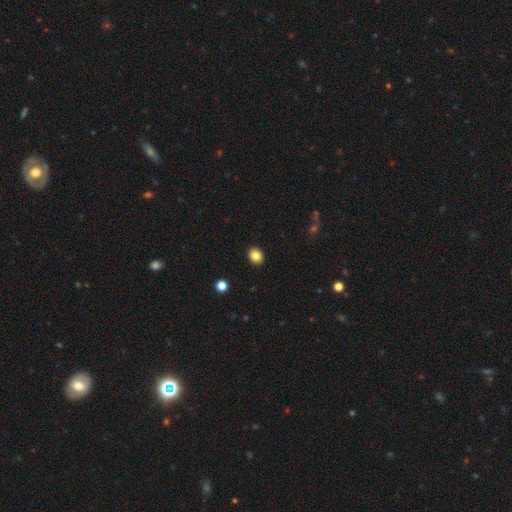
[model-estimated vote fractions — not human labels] Smooth or featured?
  - smooth: 84% *
  - star or artifact: 10%
  - featured or disk: 6%
How rounded?
  - round: 53% *
  - in between: 46%
  - cigar-shaped: 1%
Merging?
  - none: 91% *
  - minor disturbance: 6%
  - major disturbance: 2%
  - merger: 1%